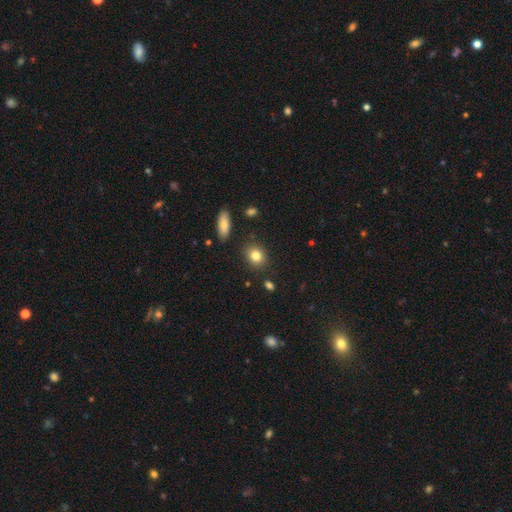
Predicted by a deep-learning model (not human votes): Smooth or featured? Predicted: smooth (p=0.82). How rounded? Predicted: round (p=0.56). Merging? Predicted: none (p=0.86).